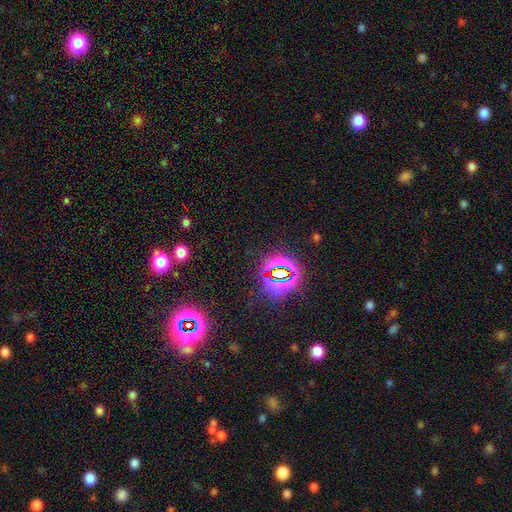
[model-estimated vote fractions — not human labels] This is likely a star or artifact rather than a galaxy (78%).